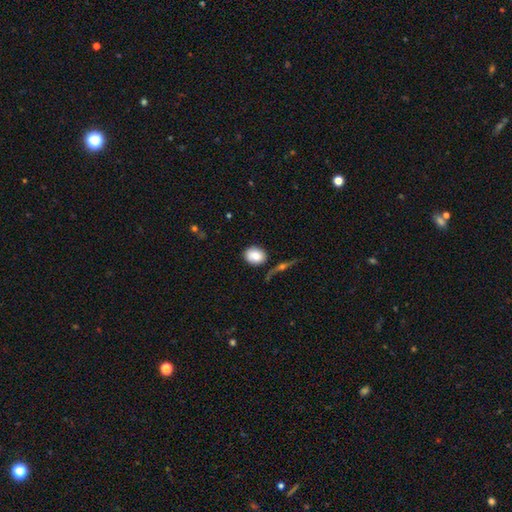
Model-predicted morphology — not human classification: Overall: smooth (81%). How rounded: round (51%; in between 47%). Merging: none (65%).